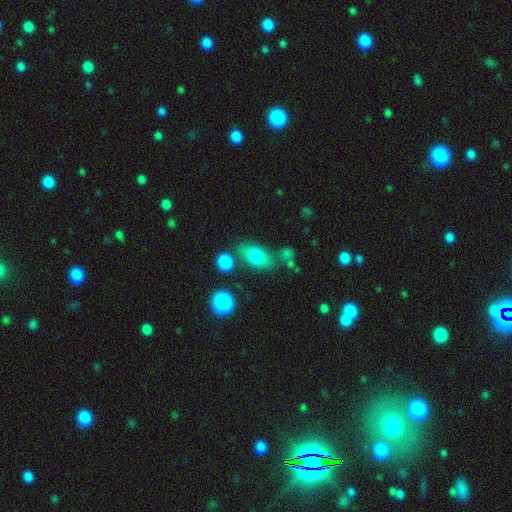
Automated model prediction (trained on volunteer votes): A smooth galaxy with no disk features (76%) that is in between round and cigar-shaped (82%).

Vote fractions:
- Smooth or featured? smooth: 76% / featured or disk: 14% / star or artifact: 10%
- How rounded? in between: 82% / round: 14% / cigar-shaped: 4%
- Merging? none: 67% / minor disturbance: 16% / merger: 11% / major disturbance: 6%